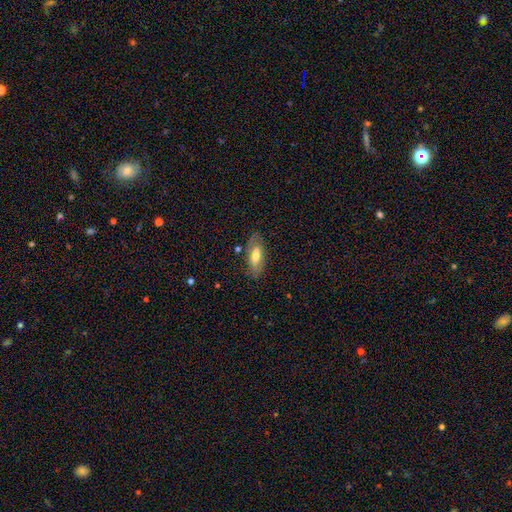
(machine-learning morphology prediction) Smooth or featured?
  - smooth: 49% *
  - featured or disk: 43%
  - star or artifact: 7%
Merging?
  - none: 76% *
  - minor disturbance: 17%
  - major disturbance: 5%
  - merger: 2%